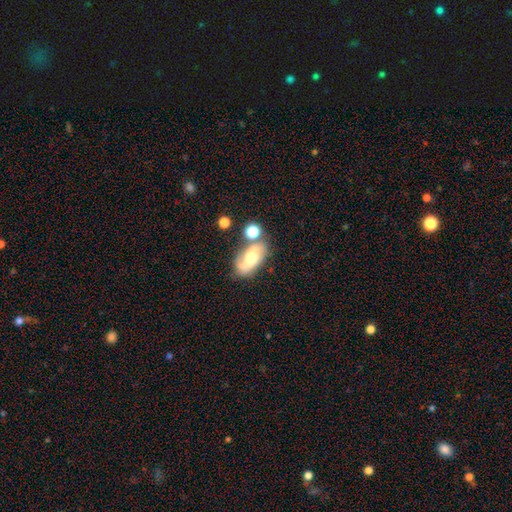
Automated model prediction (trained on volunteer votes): smooth_or_featured: smooth (p=0.54) [alt: featured or disk p=0.33]
how_rounded: in between (p=0.85) [alt: round p=0.09]
merging: none (p=0.55) [alt: merger p=0.24]